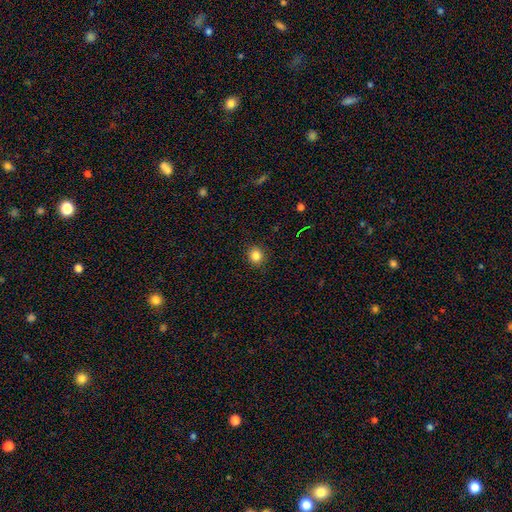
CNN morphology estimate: This appears to be a smooth galaxy with no disk features (84%) that is round (88%). Merging: none (91%).